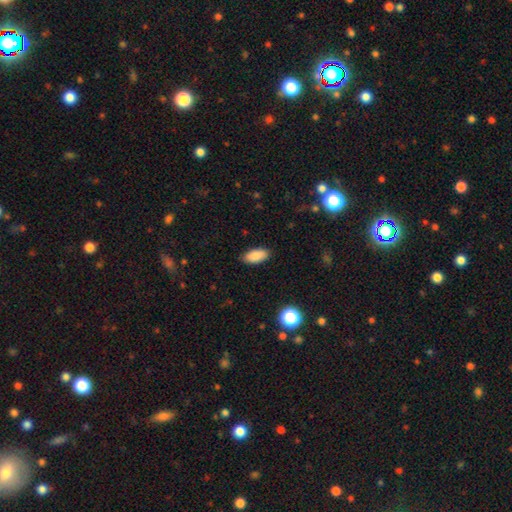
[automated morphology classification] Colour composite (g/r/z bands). It shows a smooth galaxy with no disk features (87%) that is in between round and cigar-shaped (91%). Merging: none (88%).